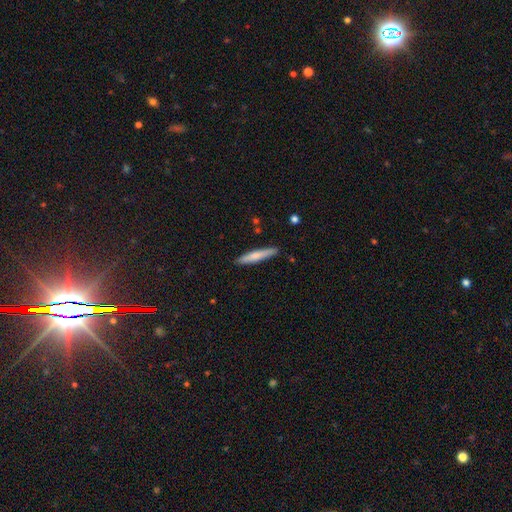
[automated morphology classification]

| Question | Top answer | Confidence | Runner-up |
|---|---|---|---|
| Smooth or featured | smooth | 70% | featured or disk (25%) |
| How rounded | cigar-shaped | 93% | in between (5%) |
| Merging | none | 88% | minor disturbance (8%) |